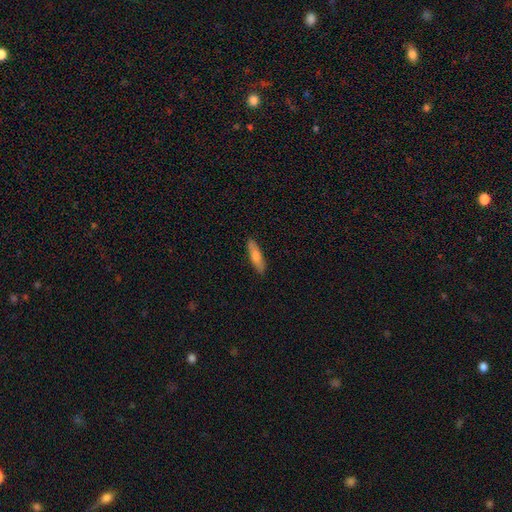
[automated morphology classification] The model was most divided on "how rounded": cigar-shaped: 65%, in between: 33%, round: 2%. More confident: merging — none (90%); smooth or featured — smooth (65%).